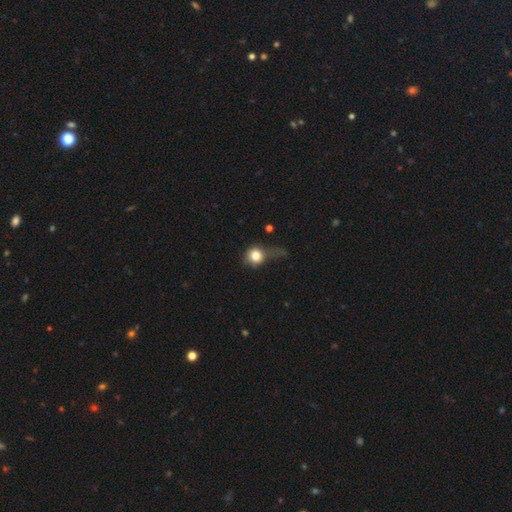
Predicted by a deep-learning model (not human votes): The model was most divided on "merging" (2-way tie): major disturbance: 33%, none: 33%, minor disturbance: 28%, merger: 5%. More confident: how rounded — round (80%); smooth or featured — smooth (77%).